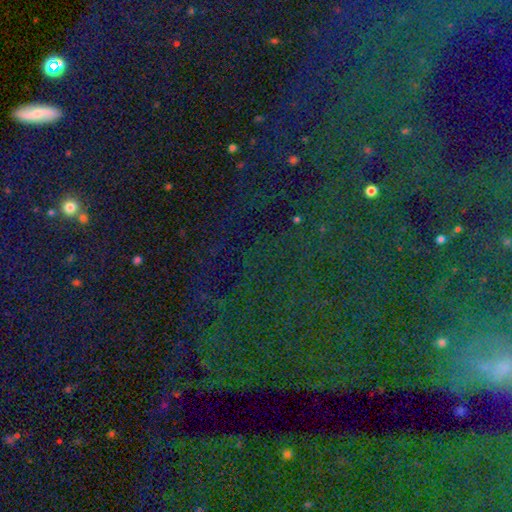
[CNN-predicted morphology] type=star or artifact (83%).